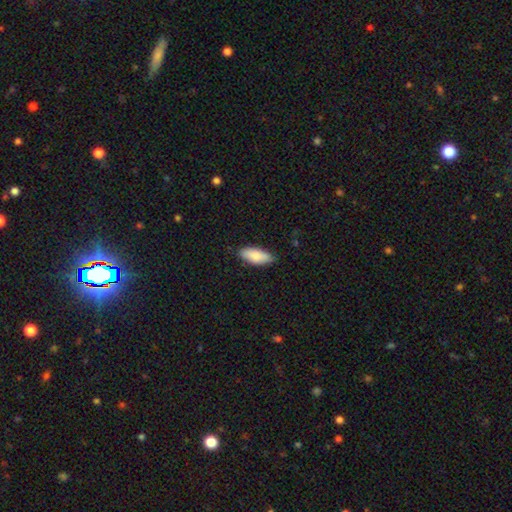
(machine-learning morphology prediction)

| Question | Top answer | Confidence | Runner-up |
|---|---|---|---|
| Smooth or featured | smooth | 84% | featured or disk (10%) |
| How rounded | in between | 80% | cigar-shaped (18%) |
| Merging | none | 83% | minor disturbance (14%) |